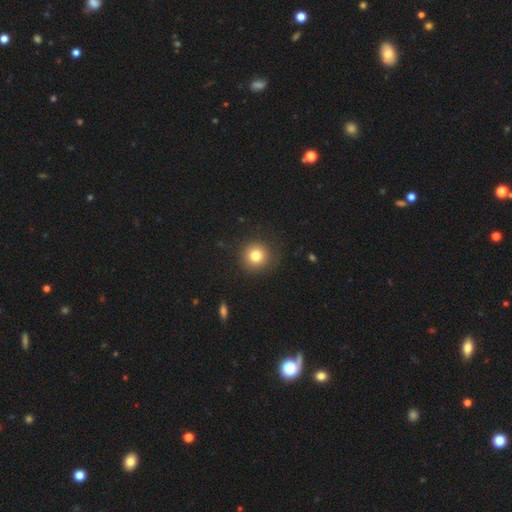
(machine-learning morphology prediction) Smooth or featured?
  - smooth: 81% *
  - star or artifact: 11%
  - featured or disk: 8%
How rounded?
  - round: 94% *
  - in between: 5%
  - cigar-shaped: 1%
Merging?
  - none: 88% *
  - minor disturbance: 8%
  - major disturbance: 3%
  - merger: 1%